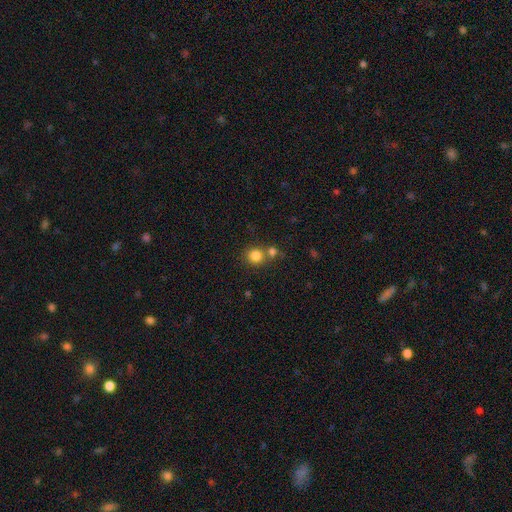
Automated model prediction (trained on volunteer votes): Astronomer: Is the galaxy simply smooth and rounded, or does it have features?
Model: smooth — 82%.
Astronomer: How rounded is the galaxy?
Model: round — 88%.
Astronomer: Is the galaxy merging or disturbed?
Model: none — 59%.